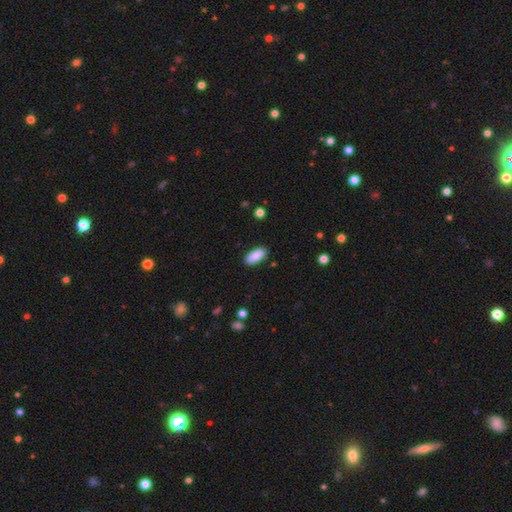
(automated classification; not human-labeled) Smooth or featured? Predicted: smooth (p=0.90). How rounded? Predicted: in between (p=0.87). Merging? Predicted: none (p=0.88).